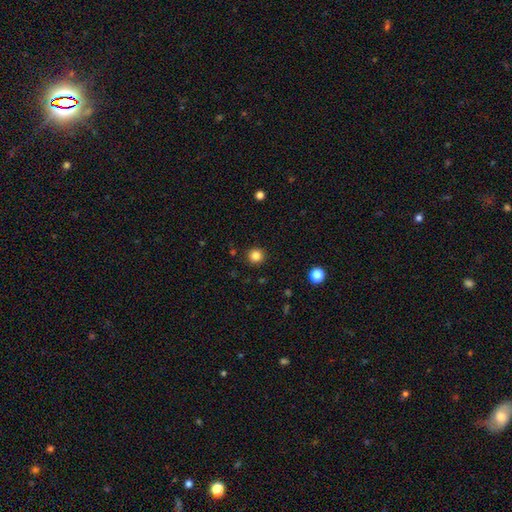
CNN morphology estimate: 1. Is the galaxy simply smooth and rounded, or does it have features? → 84% smooth, 12% star or artifact, 4% featured or disk.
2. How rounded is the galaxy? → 95% round, 4% in between, 1% cigar-shaped.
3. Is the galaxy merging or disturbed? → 92% none, 5% minor disturbance, 2% major disturbance, 1% merger.